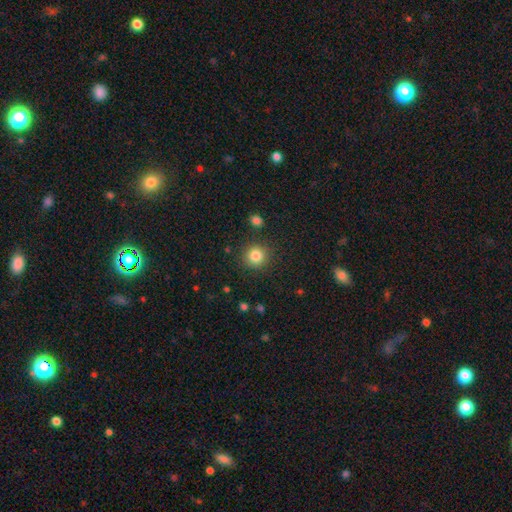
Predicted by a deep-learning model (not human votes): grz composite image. It shows a smooth galaxy with no disk features (83%) that is round (92%). Merging: none (88%).